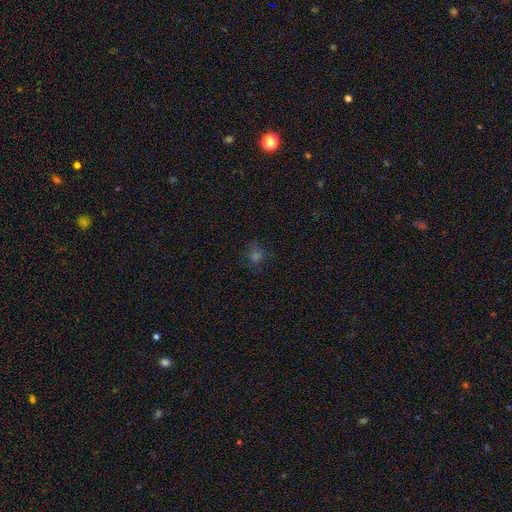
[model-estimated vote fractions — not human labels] Smooth or featured: smooth — 44% (star or artifact — 40%)
Merging: none — 74% (minor disturbance — 15%)